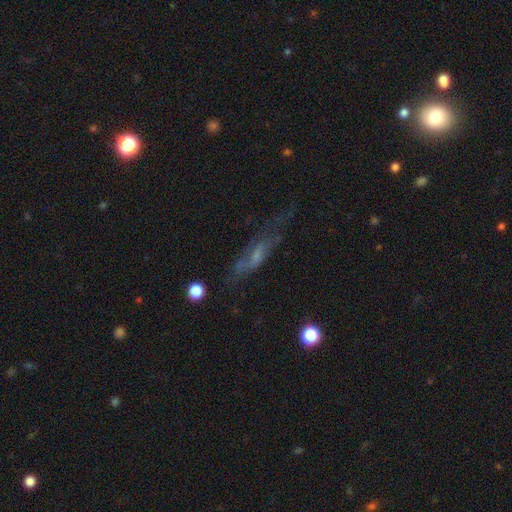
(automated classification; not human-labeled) smooth-or-featured: featured or disk: 54% | smooth: 32% | star or artifact: 15%
  disk-edge-on: no: 60% | yes: 40%
  merging: none: 51% | minor disturbance: 23% | major disturbance: 22% | merger: 4%